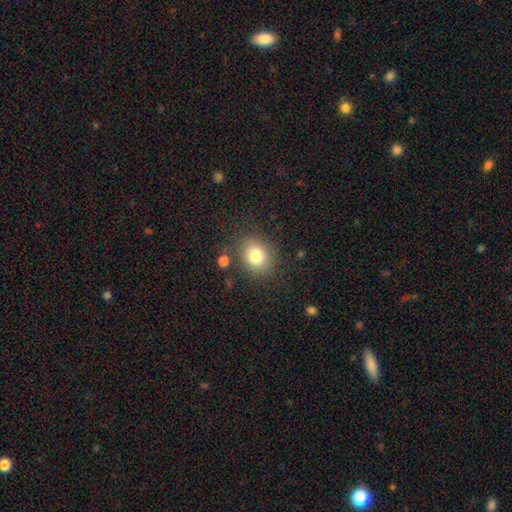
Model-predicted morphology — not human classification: A smooth galaxy with no disk features (80%) that is round (64%).

Vote fractions:
- Smooth or featured? smooth: 80% / star or artifact: 11% / featured or disk: 9%
- How rounded? round: 64% / in between: 35% / cigar-shaped: 1%
- Merging? none: 81% / minor disturbance: 11% / major disturbance: 4% / merger: 4%